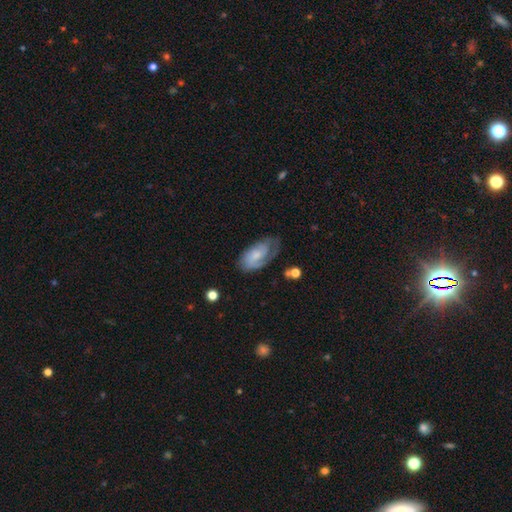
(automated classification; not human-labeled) smooth-or-featured: featured or disk: 57% | smooth: 37% | star or artifact: 7%
  disk-edge-on: no: 94% | yes: 6%
    bar: no: 66% | weak: 29% | strong: 5%
    has-spiral-arms: yes: 84% | no: 16%
    bulge-size: small: 48% | moderate: 33% | none: 13% | large: 5% | dominant: 1%
  merging: none: 54% | minor disturbance: 27% | major disturbance: 16% | merger: 2%